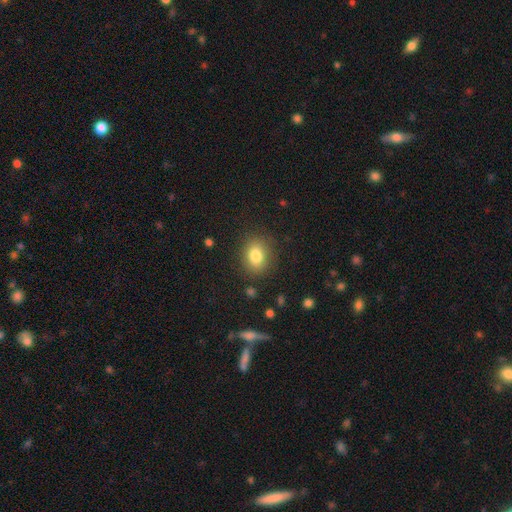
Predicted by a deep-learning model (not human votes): Smooth or featured?
  - smooth: 81% *
  - star or artifact: 11%
  - featured or disk: 8%
How rounded?
  - round: 51% *
  - in between: 48%
  - cigar-shaped: 1%
Merging?
  - none: 84% *
  - minor disturbance: 11%
  - major disturbance: 4%
  - merger: 2%